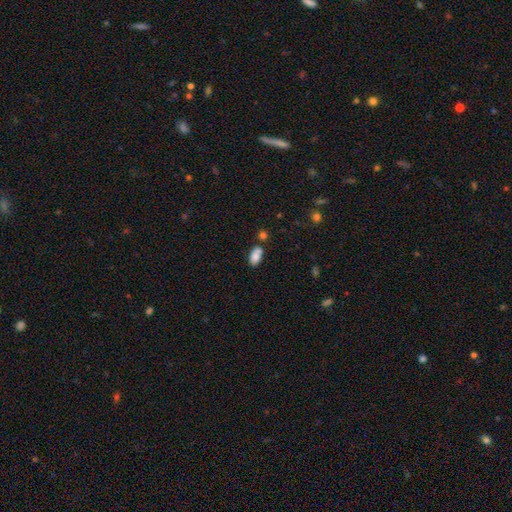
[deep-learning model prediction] Smooth or featured? Predicted: smooth (p=0.80). How rounded? Predicted: in between (p=0.90). Merging? Predicted: none (p=0.50).